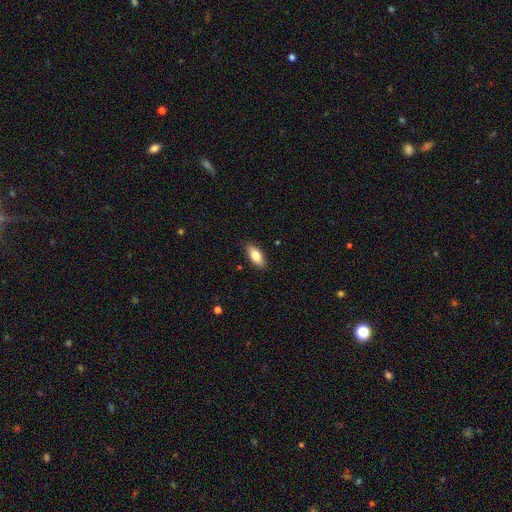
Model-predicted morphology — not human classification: This is likely a smooth galaxy (79%). How rounded: clearly in between (85%). Merging: clearly none (88%).